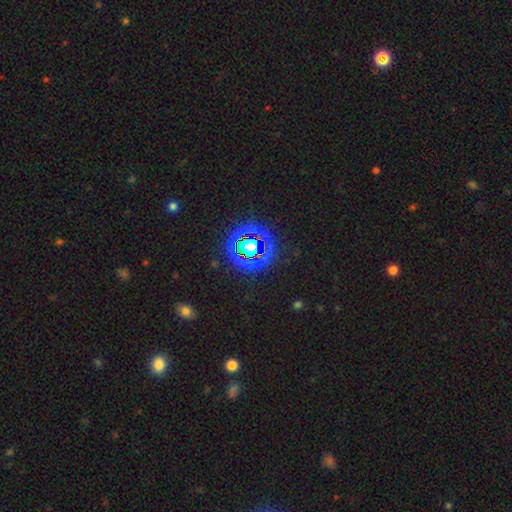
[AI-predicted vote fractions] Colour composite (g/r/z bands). It shows a star or artifact, not a galaxy (79%).